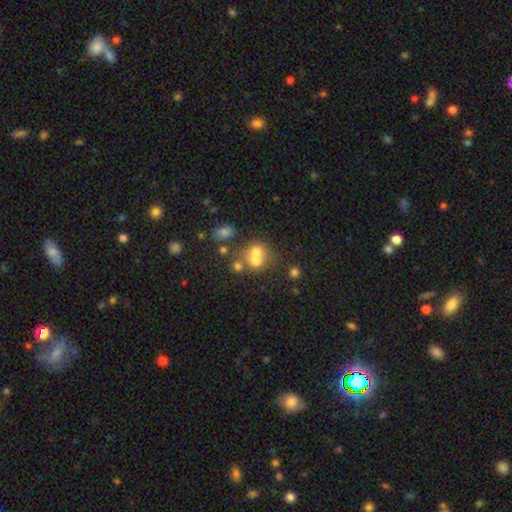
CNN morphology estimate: The model was most divided on "merging": merger: 56%, none: 32%, minor disturbance: 8%, major disturbance: 5%. More confident: how rounded — round (74%); smooth or featured — smooth (64%).